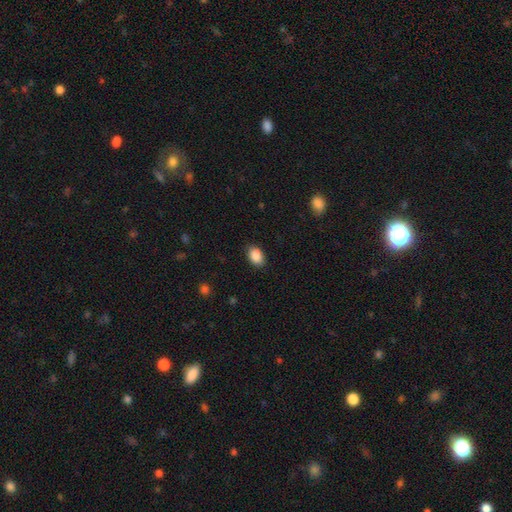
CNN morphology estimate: A smooth galaxy with no disk features (89%) that is in between round and cigar-shaped (85%).

Vote fractions:
- Smooth or featured? smooth: 89% / star or artifact: 7% / featured or disk: 3%
- How rounded? in between: 85% / round: 14% / cigar-shaped: 1%
- Merging? none: 86% / minor disturbance: 11% / major disturbance: 3% / merger: 1%